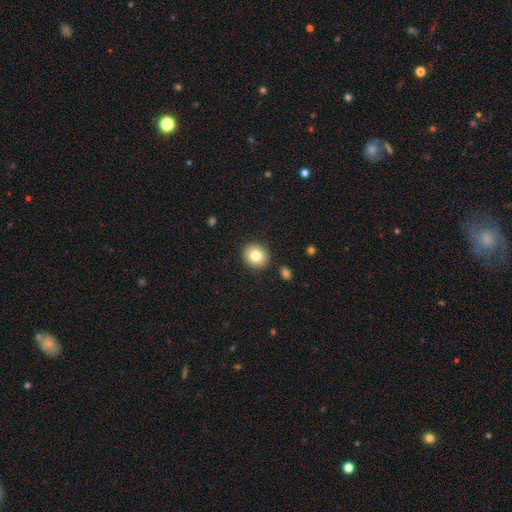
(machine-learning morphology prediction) The model was most divided on "how rounded": round: 78%, in between: 21%, cigar-shaped: 1%. More confident: merging — none (89%); smooth or featured — smooth (81%).